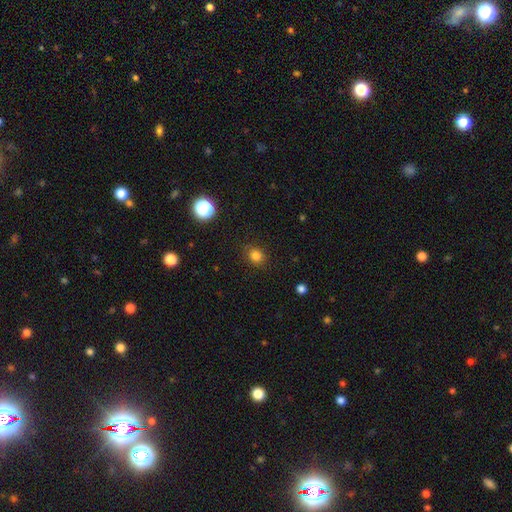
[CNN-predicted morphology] The model was most divided on "how rounded": round: 76%, in between: 23%, cigar-shaped: 1%. More confident: merging — none (88%); smooth or featured — smooth (82%).